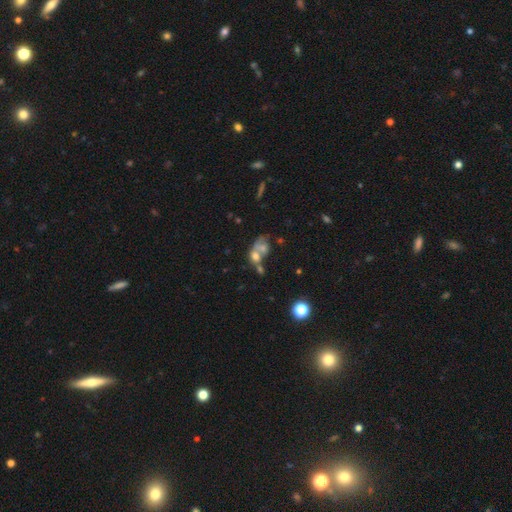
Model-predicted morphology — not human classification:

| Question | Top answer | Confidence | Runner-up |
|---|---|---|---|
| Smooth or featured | smooth | 49% | featured or disk (35%) |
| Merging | merger | 59% | none (17%) |